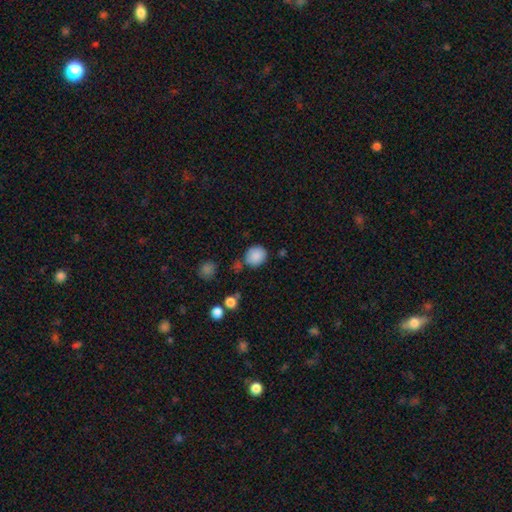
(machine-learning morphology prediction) Smooth or featured?
  - smooth: 86% *
  - star or artifact: 9%
  - featured or disk: 4%
How rounded?
  - round: 73% *
  - in between: 26%
  - cigar-shaped: 1%
Merging?
  - none: 70% *
  - minor disturbance: 17%
  - merger: 8%
  - major disturbance: 4%